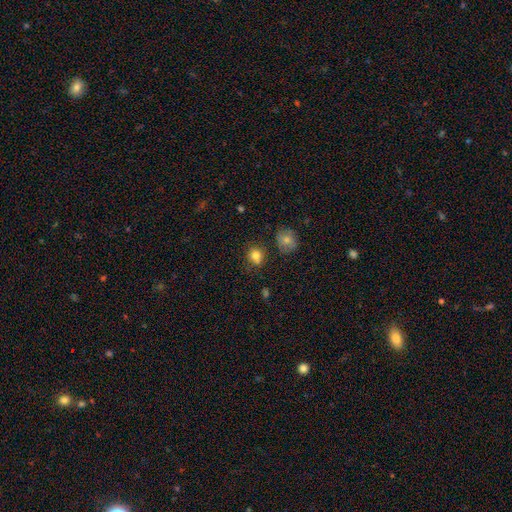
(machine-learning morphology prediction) This is clearly a smooth galaxy (81%). How rounded: likely round (75%). Merging: likely none (74%).